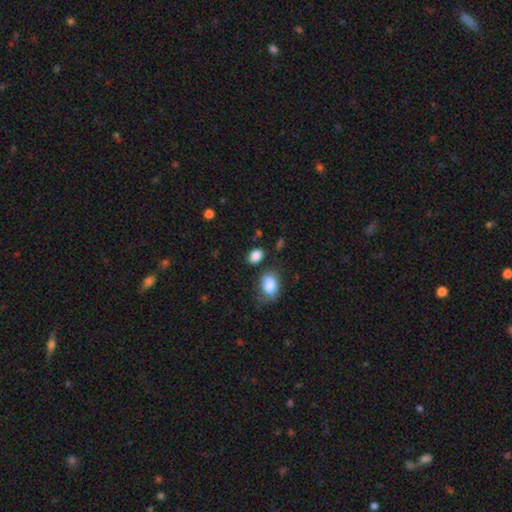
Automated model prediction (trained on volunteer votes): Morphology: type=smooth (86%); roundness=in between (78%); merging=none (69%).